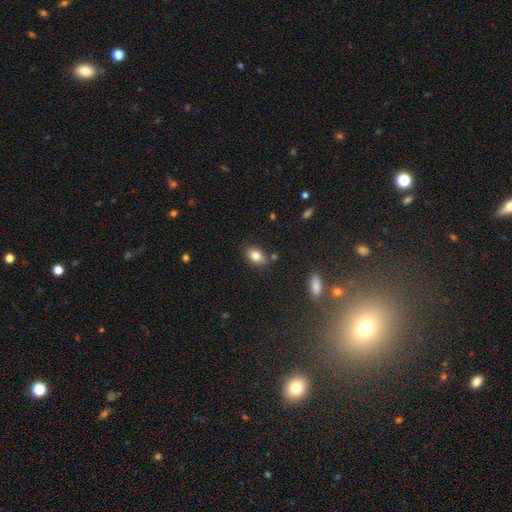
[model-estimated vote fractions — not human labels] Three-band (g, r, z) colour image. It shows a smooth galaxy with no disk features (83%) that is in between round and cigar-shaped (84%). Merging: none (76%).